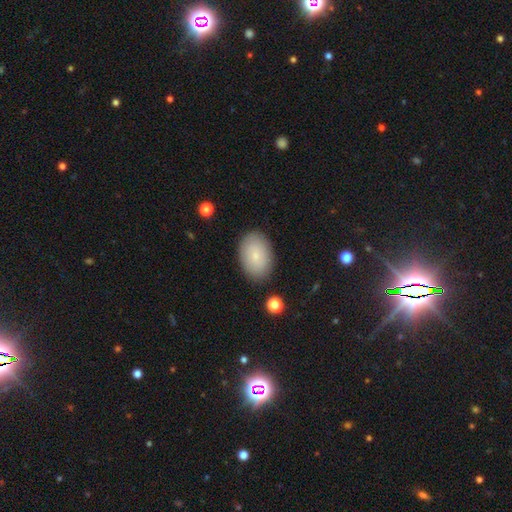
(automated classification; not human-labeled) Overall: smooth (81%). How rounded: in between (89%). Merging: none (87%).